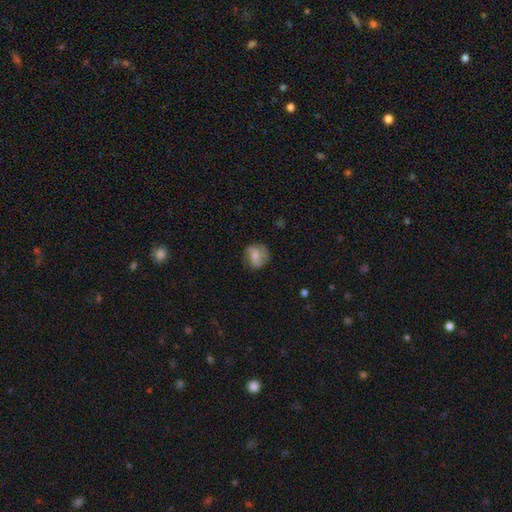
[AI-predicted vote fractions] Overall: smooth (46%, tied with featured or disk). Merging: none (74%).